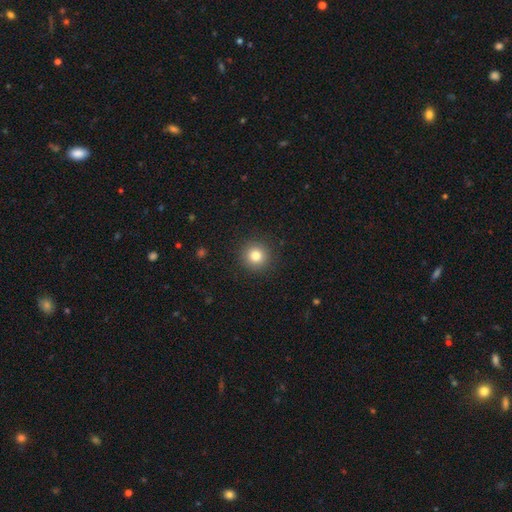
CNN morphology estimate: smooth-or-featured: smooth: 81% | star or artifact: 11% | featured or disk: 7%
  how-rounded: round: 95% | in between: 4% | cigar-shaped: 1%
  merging: none: 91% | minor disturbance: 6% | major disturbance: 2% | merger: 1%